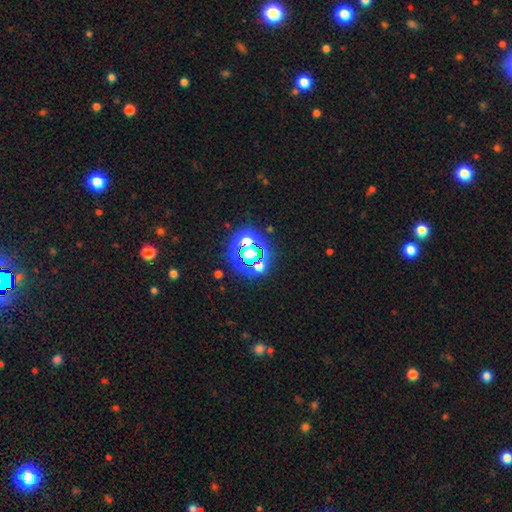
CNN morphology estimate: smooth_or_featured: star or artifact (p=0.76) [alt: smooth p=0.15]